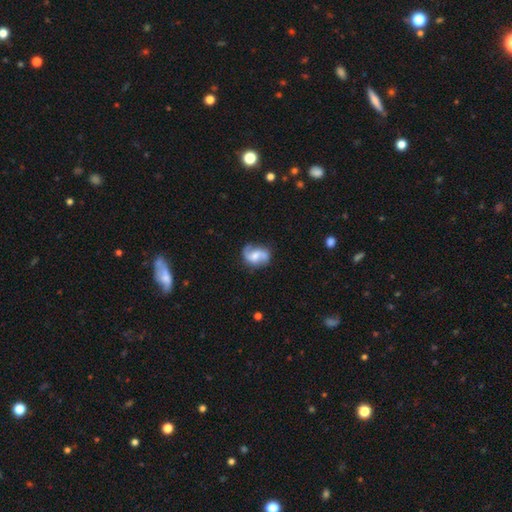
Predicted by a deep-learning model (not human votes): This is likely a featured or disk galaxy (75%). It is clearly not viewed edge-on (98%). Bar: marginally no (45%). Spiral arm pattern: clearly yes (94%). Spiral arm count: clearly 2 (88%). Spiral winding: possibly loose (49%). Central bulge: possibly moderate (47%). Merging: likely none (69%).